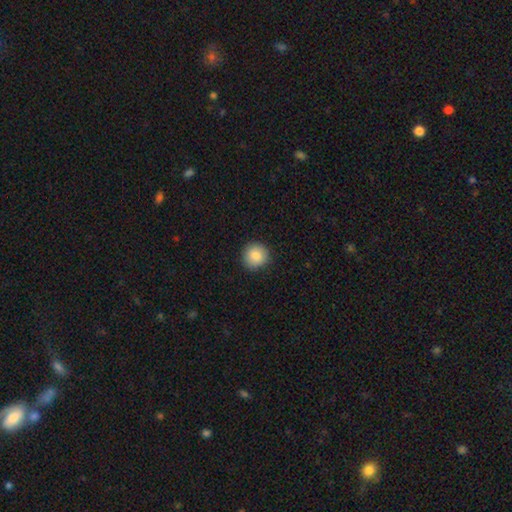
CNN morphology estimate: Smooth or featured: smooth — 85% (star or artifact — 8%)
How rounded: round — 92% (in between — 7%)
Merging: none — 90% (minor disturbance — 8%)